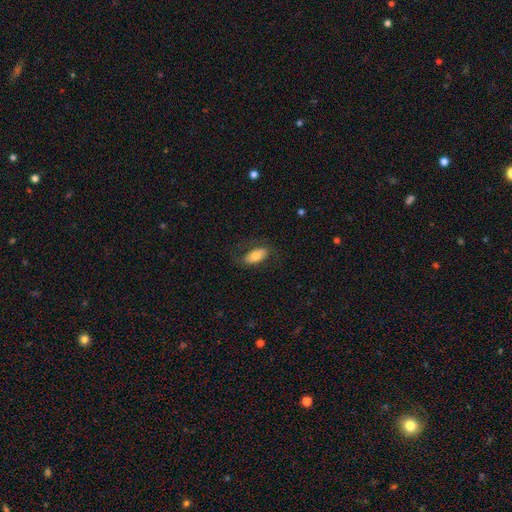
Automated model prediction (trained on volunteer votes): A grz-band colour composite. It shows a smooth galaxy with no disk features (65%) that is in between round and cigar-shaped (89%). Merging: none (70%).